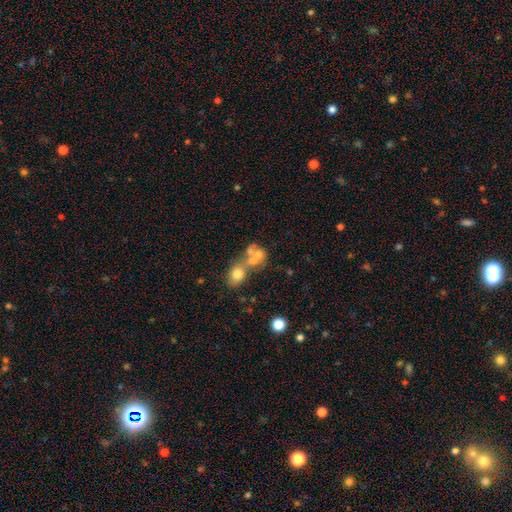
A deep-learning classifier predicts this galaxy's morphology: smooth_or_featured: smooth (p=0.57) [alt: featured or disk p=0.29]
how_rounded: round (p=0.58) [alt: in between p=0.40]
merging: merger (p=0.61) [alt: none p=0.23]